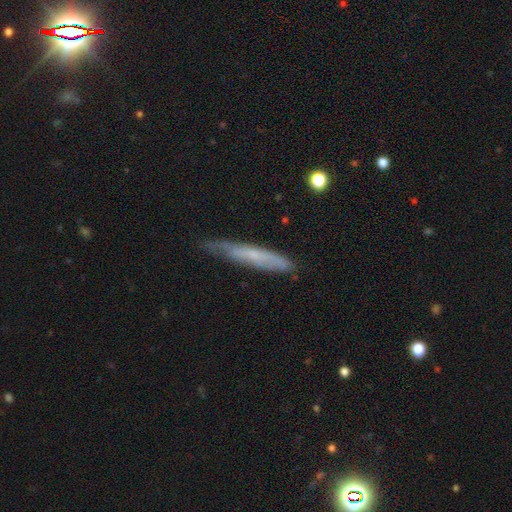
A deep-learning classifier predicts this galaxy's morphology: A smooth galaxy with no disk features (48%).

Vote fractions:
- Smooth or featured? smooth: 48% / featured or disk: 45% / star or artifact: 8%
- Merging? none: 66% / minor disturbance: 27% / major disturbance: 5% / merger: 2%